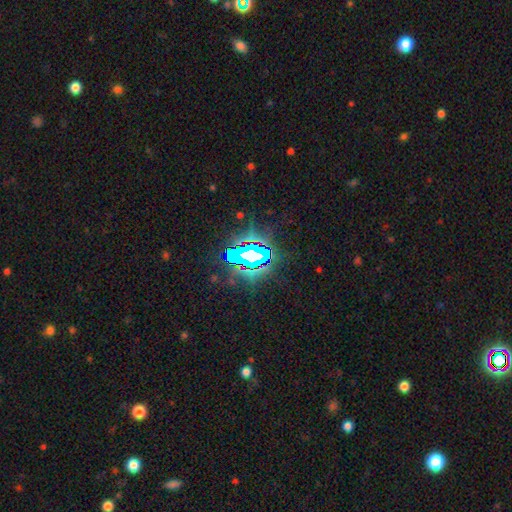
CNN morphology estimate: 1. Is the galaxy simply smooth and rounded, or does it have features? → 76% star or artifact, 12% smooth, 12% featured or disk.